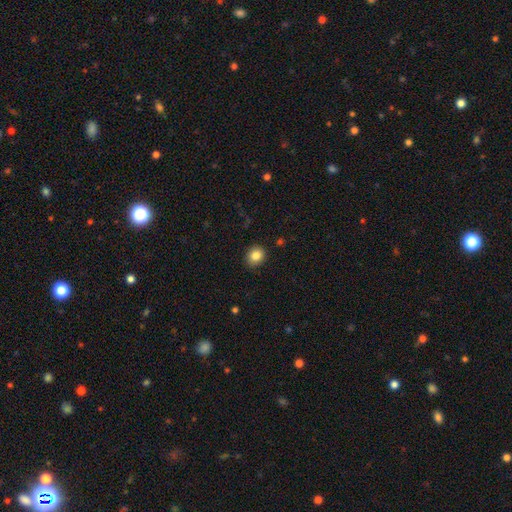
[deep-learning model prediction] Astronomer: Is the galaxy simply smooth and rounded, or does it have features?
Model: smooth — 85%.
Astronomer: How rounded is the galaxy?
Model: round — 69%.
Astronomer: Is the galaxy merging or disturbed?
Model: none — 89%.